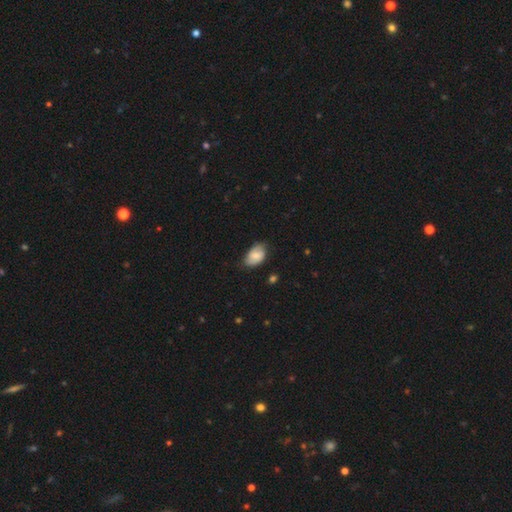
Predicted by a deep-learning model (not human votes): A smooth galaxy with no disk features (64%) that is in between round and cigar-shaped (90%).

Vote fractions:
- Smooth or featured? smooth: 64% / featured or disk: 29% / star or artifact: 7%
- How rounded? in between: 90% / round: 9% / cigar-shaped: 1%
- Merging? none: 66% / minor disturbance: 27% / major disturbance: 5% / merger: 1%